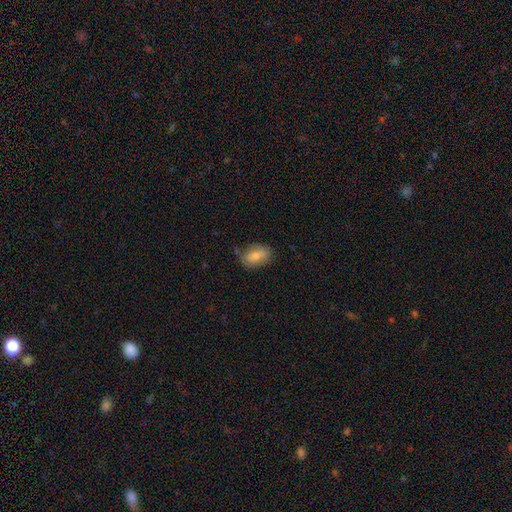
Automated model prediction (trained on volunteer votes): smooth-or-featured: smooth: 80% | featured or disk: 13% | star or artifact: 7%
  how-rounded: in between: 89% | round: 8% | cigar-shaped: 3%
  merging: none: 75% | minor disturbance: 19% | major disturbance: 4% | merger: 2%